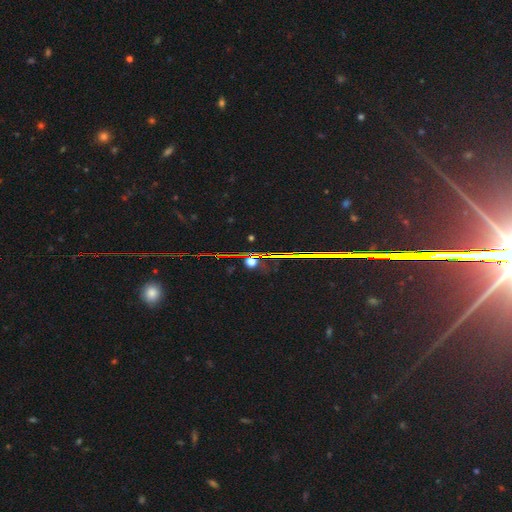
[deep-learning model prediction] Morphology: type=star or artifact (81%).